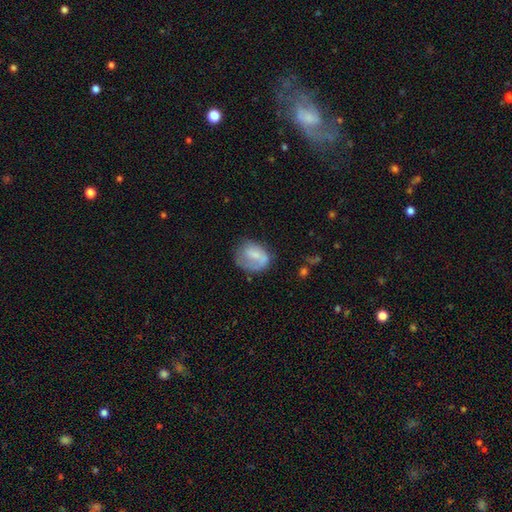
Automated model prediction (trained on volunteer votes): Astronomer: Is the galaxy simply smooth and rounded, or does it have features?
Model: smooth — 60%.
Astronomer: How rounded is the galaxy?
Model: round — 50% (runner-up: in between, 49%).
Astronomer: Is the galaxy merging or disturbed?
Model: none — 46% (runner-up: minor disturbance, 28%).